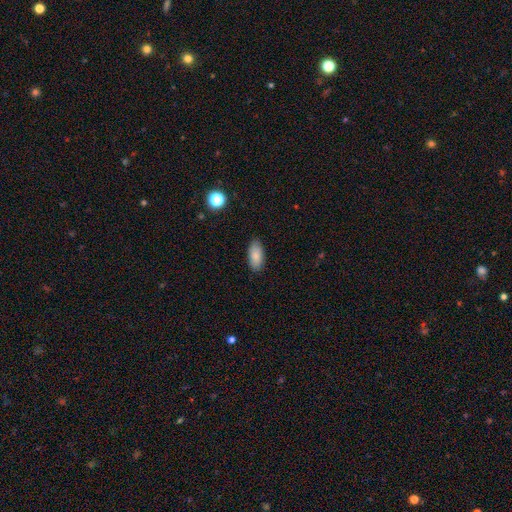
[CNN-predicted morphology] type=smooth (85%); roundness=in between (90%); merging=none (86%).